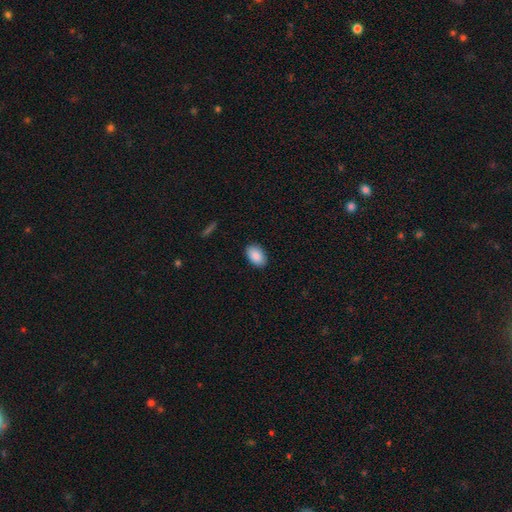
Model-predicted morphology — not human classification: smooth 88%, star or artifact 7%, featured or disk 5%. Down the decision tree: how rounded — in between (92%); merging — none (88%).